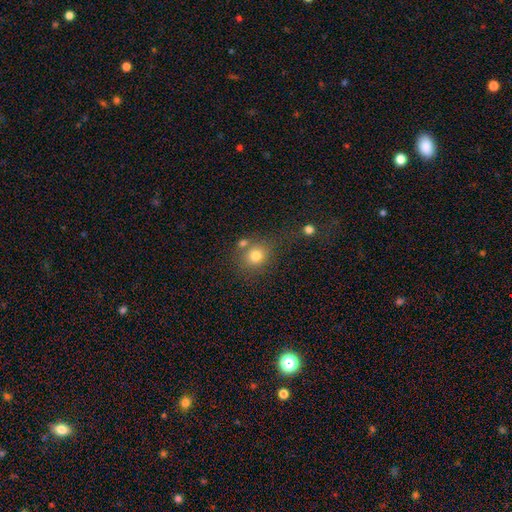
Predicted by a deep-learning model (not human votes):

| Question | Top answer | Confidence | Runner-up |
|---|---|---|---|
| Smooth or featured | smooth | 79% | star or artifact (12%) |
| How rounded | round | 83% | in between (16%) |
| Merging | none | 62% | merger (19%) |